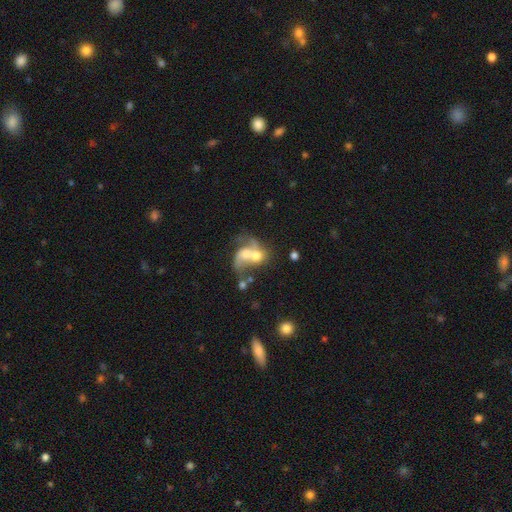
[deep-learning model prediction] featured or disk 57%, smooth 31%, star or artifact 11%. Down the decision tree: edge-on disk — no (97%); bar — no (70%); spiral arms — yes (63%); bulge size — moderate (42%); merging — merger (58%).